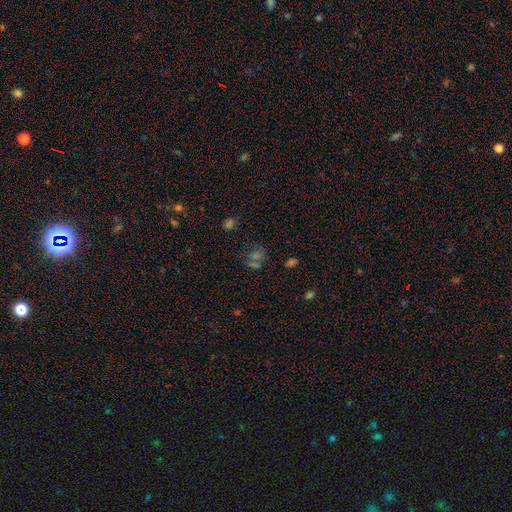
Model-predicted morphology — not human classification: A star or artifact, not a galaxy (46%).